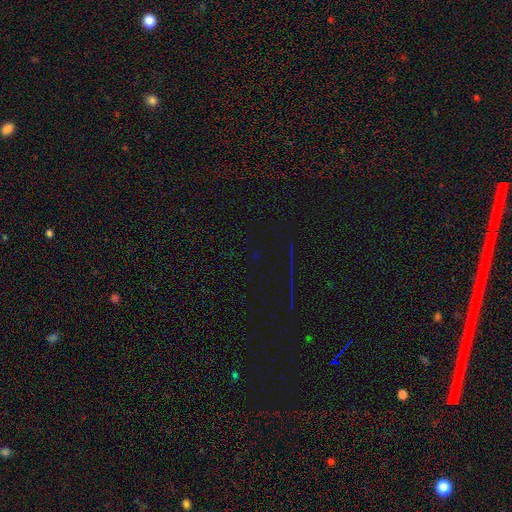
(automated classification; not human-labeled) A star or artifact, not a galaxy (79%).